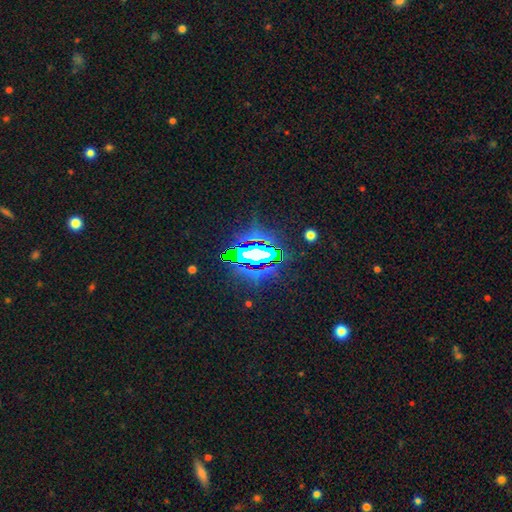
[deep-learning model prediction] Smooth or featured?
  - star or artifact: 78% *
  - featured or disk: 12%
  - smooth: 10%